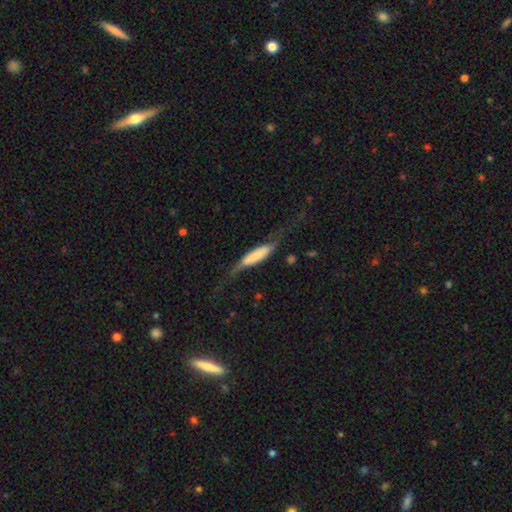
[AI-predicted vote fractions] smooth-or-featured: smooth: 49% | featured or disk: 45% | star or artifact: 6%
  merging: none: 42% | major disturbance: 29% | minor disturbance: 25% | merger: 4%